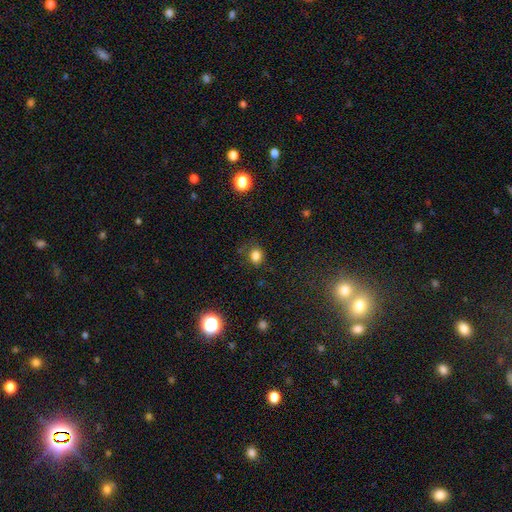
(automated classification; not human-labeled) This appears to be a smooth galaxy with no disk features (81%) that is round (58%). Merging: none (77%).